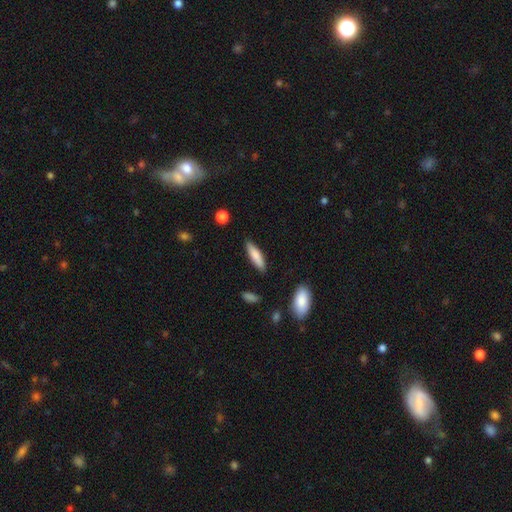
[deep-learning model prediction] smooth-or-featured: smooth: 80% | featured or disk: 14% | star or artifact: 6%
  how-rounded: cigar-shaped: 65% | in between: 33% | round: 2%
  merging: none: 84% | minor disturbance: 12% | major disturbance: 2% | merger: 2%